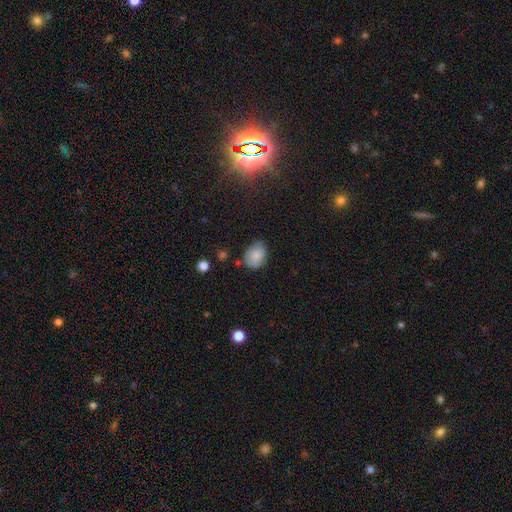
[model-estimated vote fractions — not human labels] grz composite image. It shows a smooth galaxy with no disk features (82%) that is in between round and cigar-shaped (70%). Merging: none (67%).